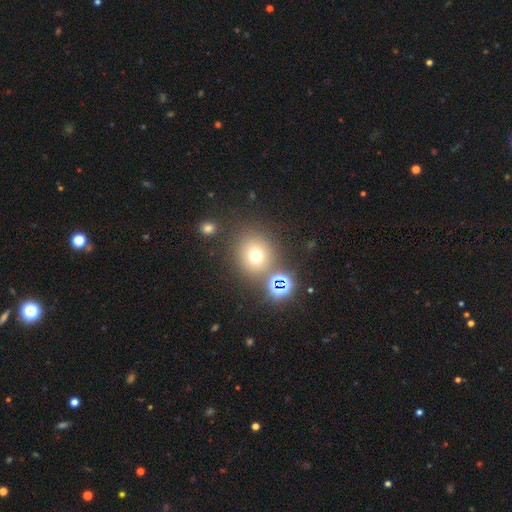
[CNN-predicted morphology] Q: Smooth or featured?
A: smooth (67%); runner-up: star or artifact (22%)
Q: How rounded?
A: round (88%); runner-up: in between (11%)
Q: Merging?
A: none (75%); runner-up: merger (11%)